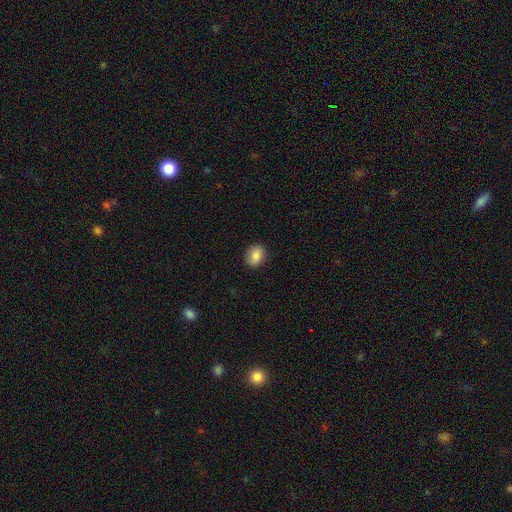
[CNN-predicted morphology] smooth 87%, star or artifact 8%, featured or disk 5%. Down the decision tree: how rounded — in between (57%); merging — none (89%).